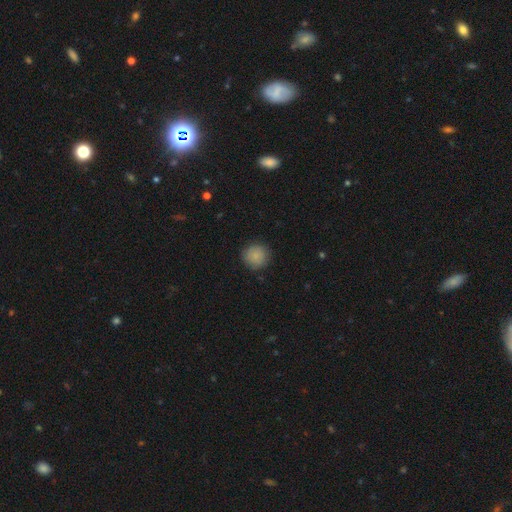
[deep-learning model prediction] Smooth or featured? Predicted: smooth (p=0.88). How rounded? Predicted: round (p=0.94). Merging? Predicted: none (p=0.89).